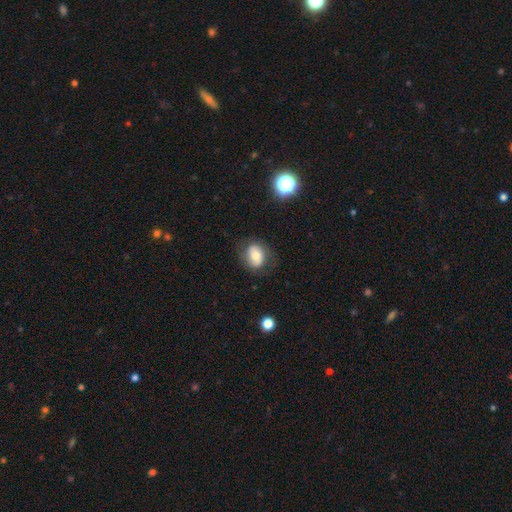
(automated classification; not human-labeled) smooth-or-featured: smooth: 62% | featured or disk: 28% | star or artifact: 10%
  how-rounded: in between: 57% | round: 42% | cigar-shaped: 1%
  merging: none: 73% | minor disturbance: 18% | major disturbance: 7% | merger: 1%